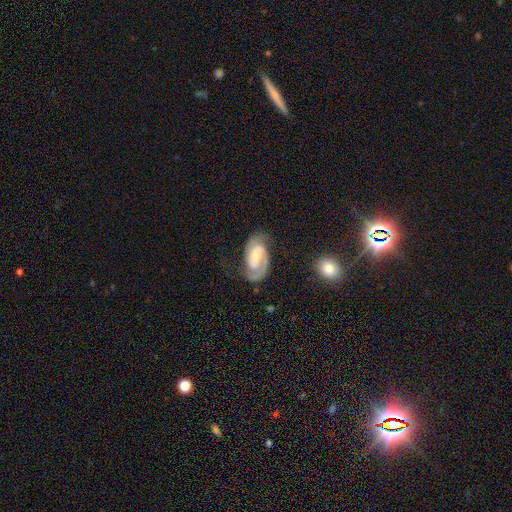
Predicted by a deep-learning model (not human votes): Morphology: type=featured or disk (86%); edge-on=no (97%); bar=weak (47%); spiral arms=yes (97%); winding=medium (45%); arm count=2 (87%); bulge=moderate (48%); merging=none (74%).